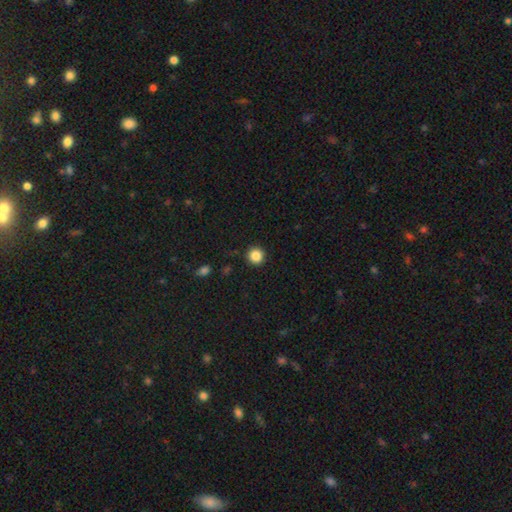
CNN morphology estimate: A smooth galaxy with no disk features (86%) that is round (95%). Merging: none (92%).